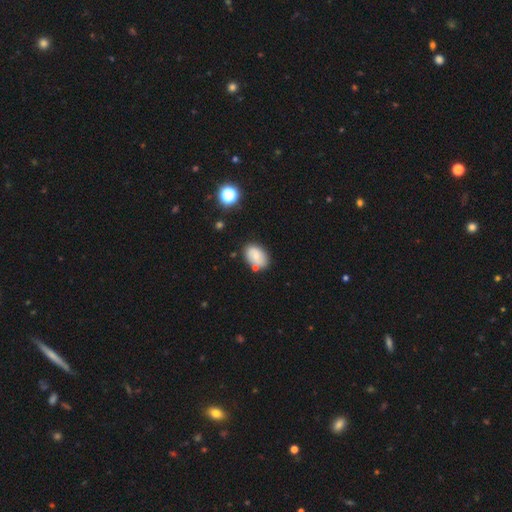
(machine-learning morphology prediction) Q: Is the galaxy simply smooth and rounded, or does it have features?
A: smooth — 61%.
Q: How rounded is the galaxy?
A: in between — 85%.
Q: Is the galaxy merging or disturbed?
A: none — 71%.